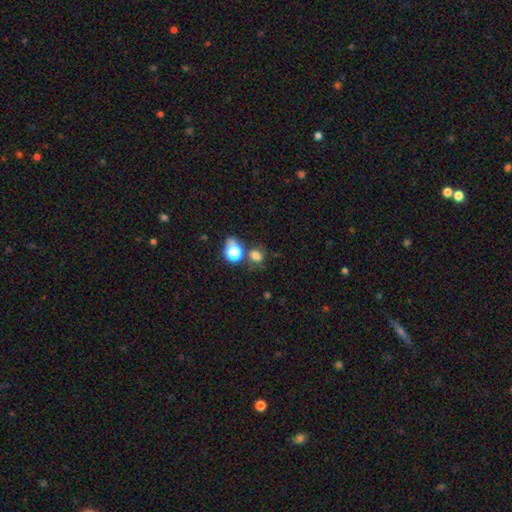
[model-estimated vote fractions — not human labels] smooth-or-featured: smooth: 69% | star or artifact: 23% | featured or disk: 8%
  how-rounded: round: 64% | in between: 35% | cigar-shaped: 1%
  merging: none: 62% | merger: 17% | minor disturbance: 14% | major disturbance: 7%